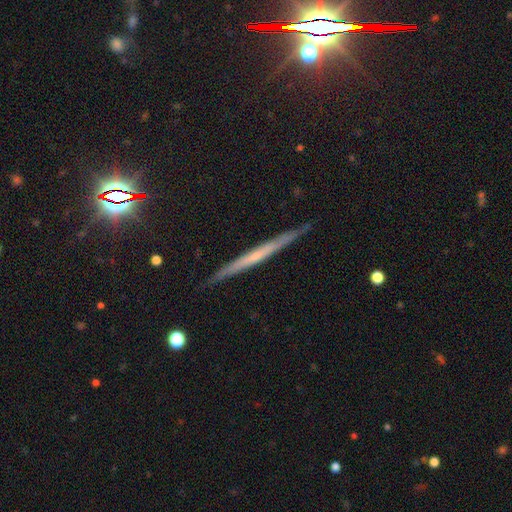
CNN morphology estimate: A featured or disk galaxy (58%) viewed edge-on (97%) with no central bulge (78%). Merging: none (89%).